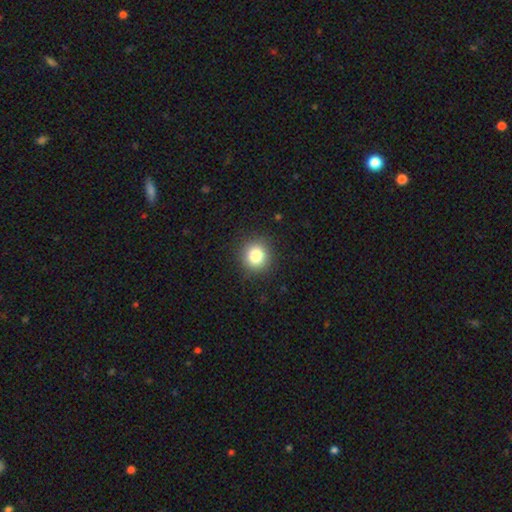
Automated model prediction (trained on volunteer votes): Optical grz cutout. It shows a smooth galaxy with no disk features (82%) that is round (90%). Merging: none (90%).